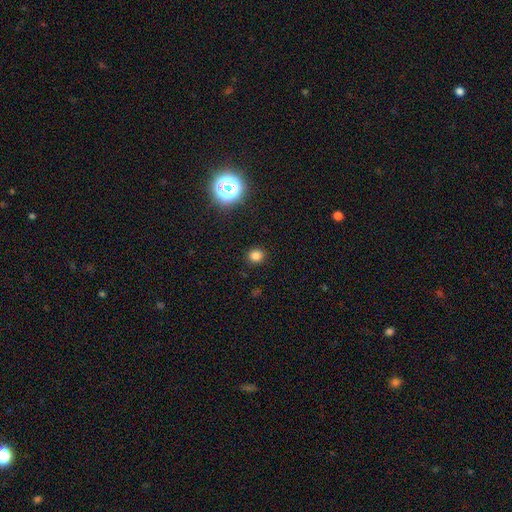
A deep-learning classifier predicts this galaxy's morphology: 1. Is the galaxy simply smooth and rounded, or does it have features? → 80% smooth, 16% star or artifact, 4% featured or disk.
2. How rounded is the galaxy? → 80% round, 19% in between, 1% cigar-shaped.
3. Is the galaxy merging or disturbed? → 90% none, 6% minor disturbance, 2% major disturbance, 1% merger.